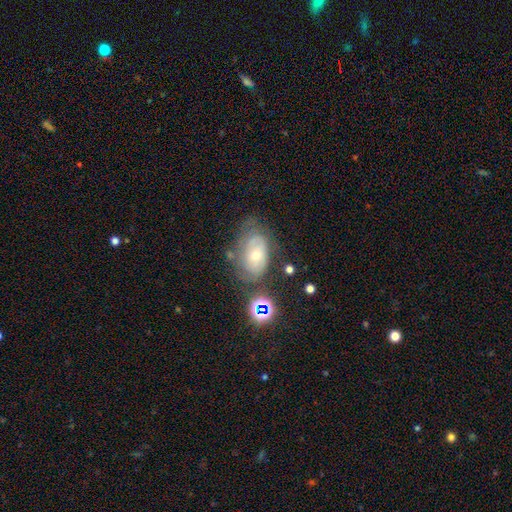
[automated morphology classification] Smooth or featured: featured or disk — 50% (smooth — 36%)
Merging: none — 47% (minor disturbance — 29%)